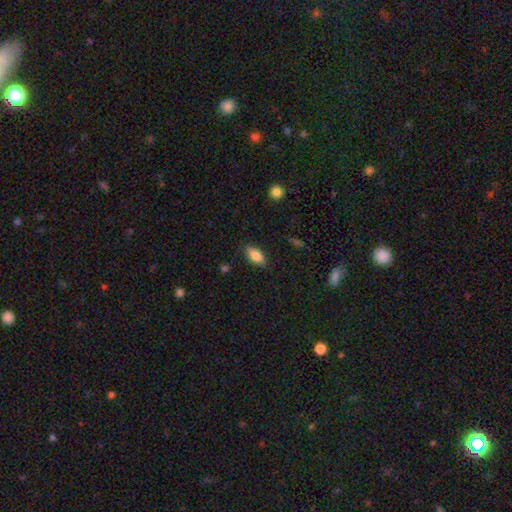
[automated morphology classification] A smooth galaxy with no disk features (81%) that is in between round and cigar-shaped (85%). Merging: none (86%).